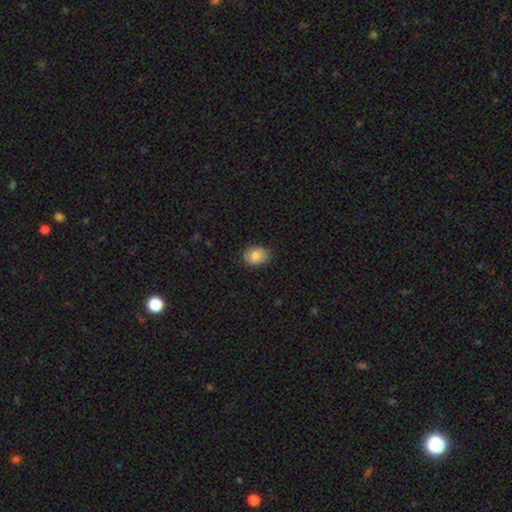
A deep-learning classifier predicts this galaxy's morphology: Q: Smooth or featured?
A: smooth (84%); runner-up: star or artifact (8%)
Q: How rounded?
A: in between (60%); runner-up: round (39%)
Q: Merging?
A: none (82%); runner-up: minor disturbance (15%)